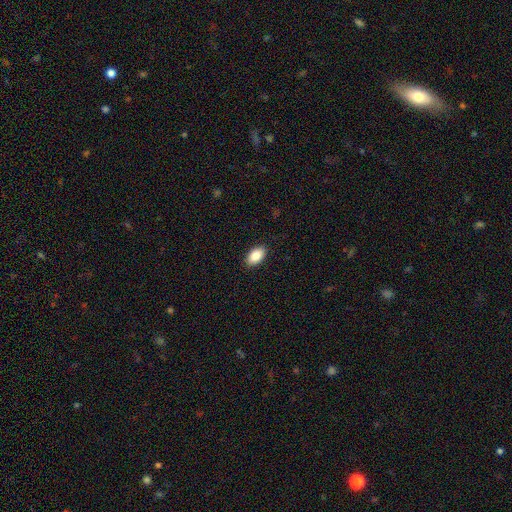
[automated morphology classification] smooth 88%, star or artifact 7%, featured or disk 5%. Down the decision tree: how rounded — in between (94%); merging — none (89%).